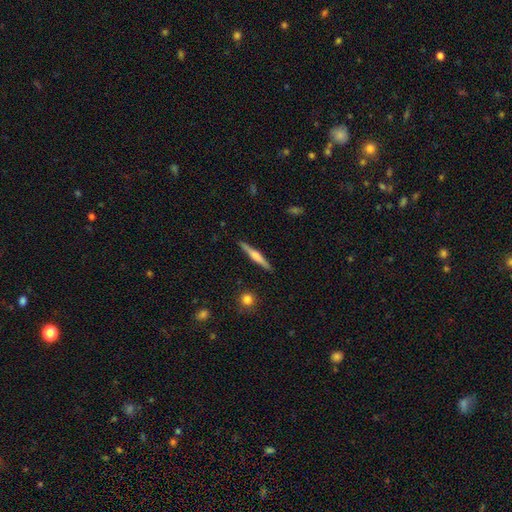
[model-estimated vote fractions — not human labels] featured or disk 65%, smooth 29%, star or artifact 6%. Down the decision tree: edge-on disk — yes (98%); edge-on bulge — rounded (73%); merging — none (91%).